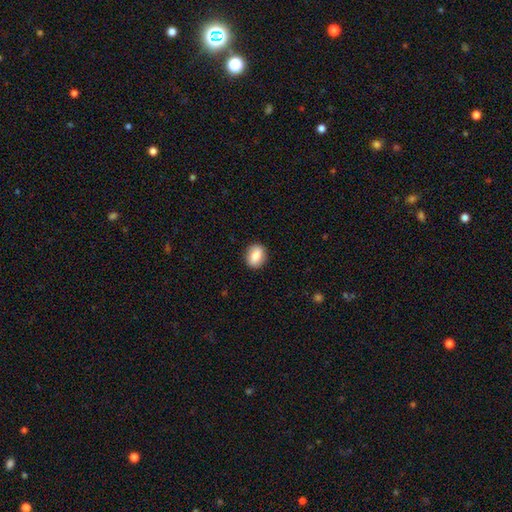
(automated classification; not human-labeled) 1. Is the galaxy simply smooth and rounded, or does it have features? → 86% smooth, 7% star or artifact, 7% featured or disk.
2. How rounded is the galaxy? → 60% in between, 38% round, 1% cigar-shaped.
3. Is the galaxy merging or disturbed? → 88% none, 8% minor disturbance, 2% major disturbance, 1% merger.